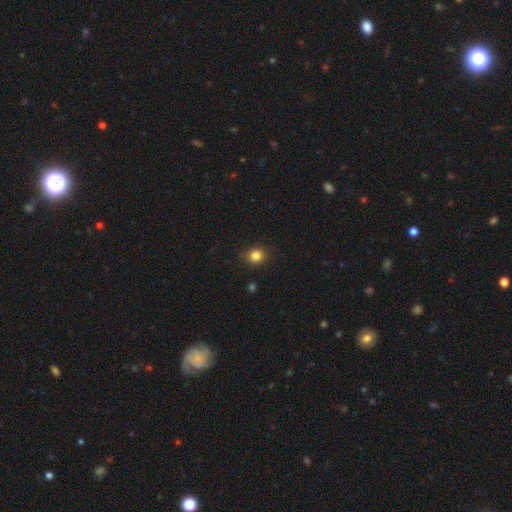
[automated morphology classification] A smooth galaxy with no disk features (83%) that is round (80%). Merging: none (89%).